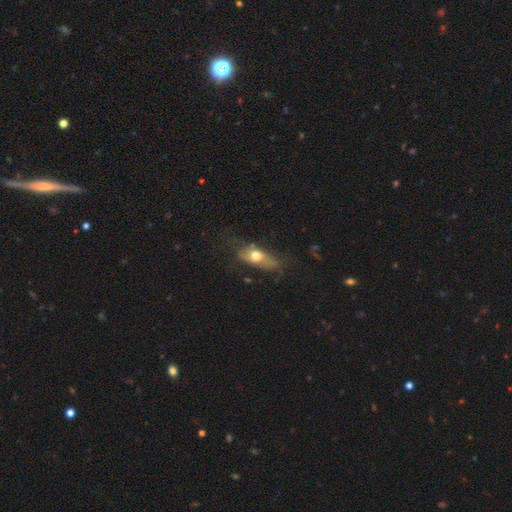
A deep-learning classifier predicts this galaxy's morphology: A smooth galaxy with no disk features (57%) that is in between round and cigar-shaped (73%).

Vote fractions:
- Smooth or featured? smooth: 57% / featured or disk: 35% / star or artifact: 8%
- How rounded? in between: 73% / cigar-shaped: 19% / round: 8%
- Merging? none: 52% / minor disturbance: 28% / major disturbance: 17% / merger: 3%